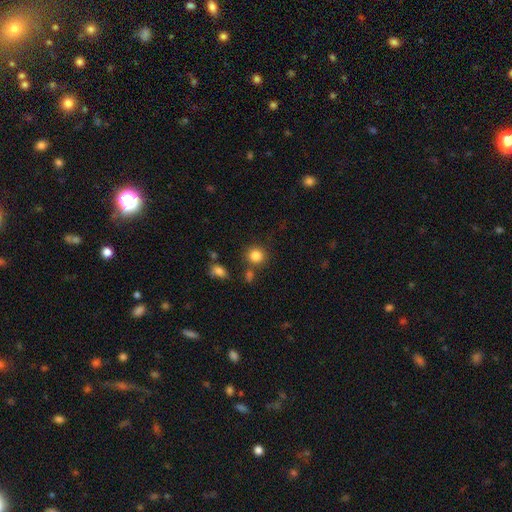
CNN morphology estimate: A smooth galaxy with no disk features (84%) that is round (87%). Merging: none (78%).